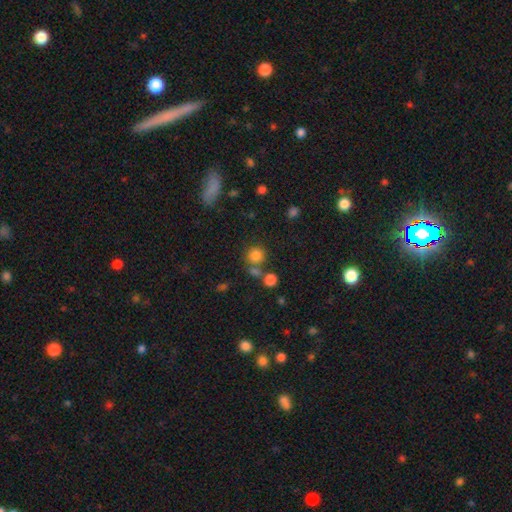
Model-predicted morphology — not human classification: This appears to be a smooth galaxy with no disk features (80%) that is round (90%). Merging: none (67%).